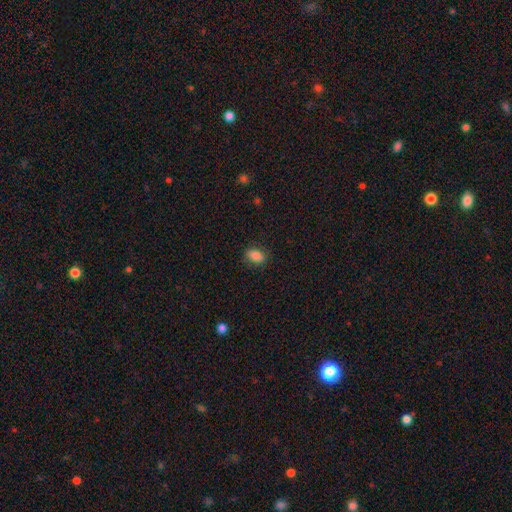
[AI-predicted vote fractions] smooth-or-featured: smooth: 84% | star or artifact: 9% | featured or disk: 6%
  how-rounded: in between: 82% | round: 16% | cigar-shaped: 2%
  merging: none: 83% | minor disturbance: 13% | major disturbance: 3% | merger: 1%